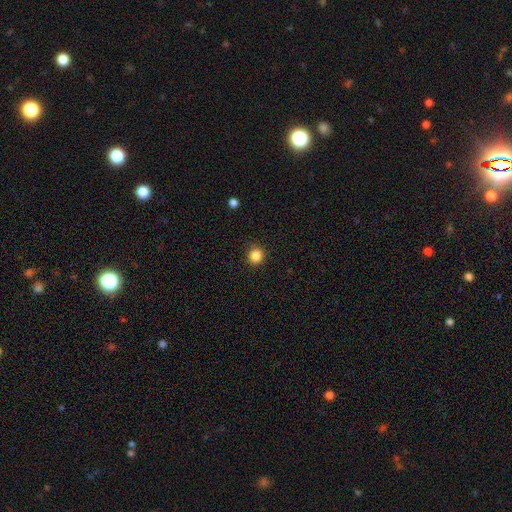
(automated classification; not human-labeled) Smooth or featured? smooth (85%)
How rounded? round (92%)
Merging? none (88%)